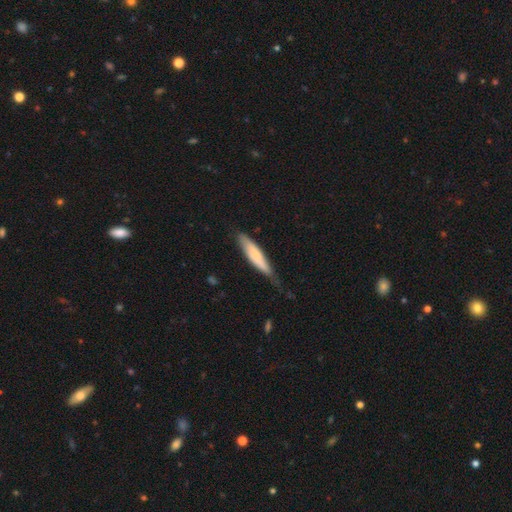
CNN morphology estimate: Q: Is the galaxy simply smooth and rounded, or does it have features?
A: smooth — 67%.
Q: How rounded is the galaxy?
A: cigar-shaped — 80%.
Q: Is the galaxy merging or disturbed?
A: none — 59%.